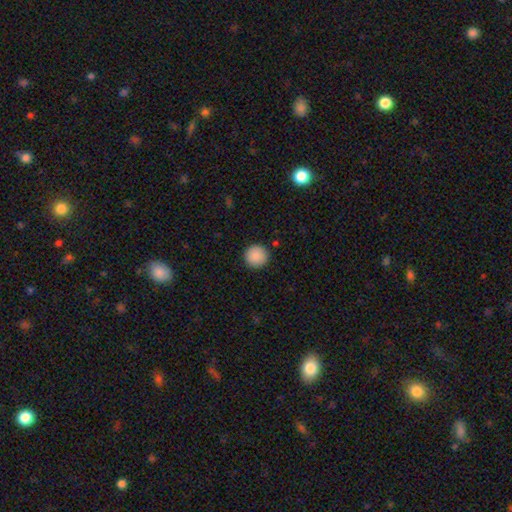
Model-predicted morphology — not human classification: Smooth or featured: smooth — 89% (star or artifact — 8%)
How rounded: round — 96% (in between — 3%)
Merging: none — 92% (minor disturbance — 5%)